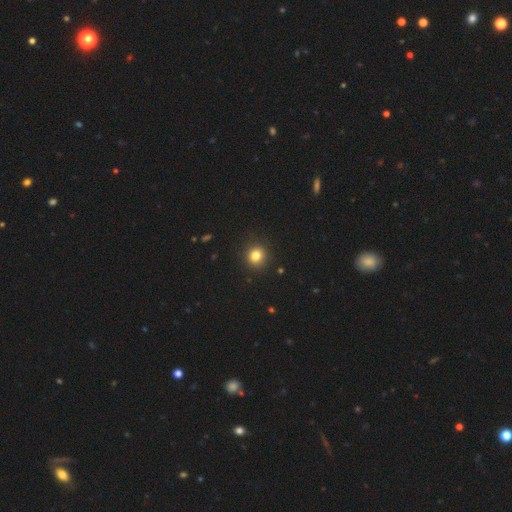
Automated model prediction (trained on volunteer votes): Smooth or featured? smooth (81%)
How rounded? round (90%)
Merging? none (92%)